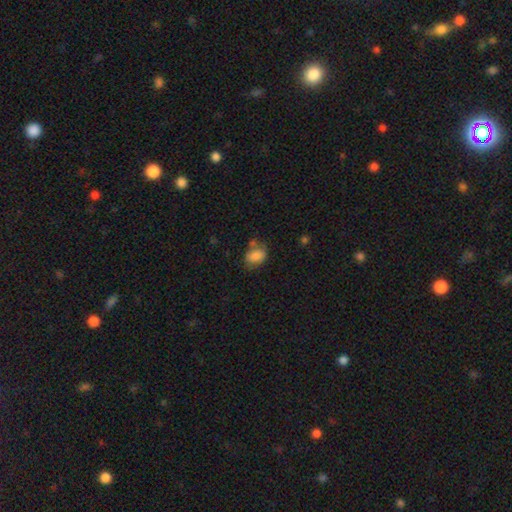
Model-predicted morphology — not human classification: This appears to be a smooth galaxy with no disk features (81%) that is in between round and cigar-shaped (76%). Merging: none (53%).